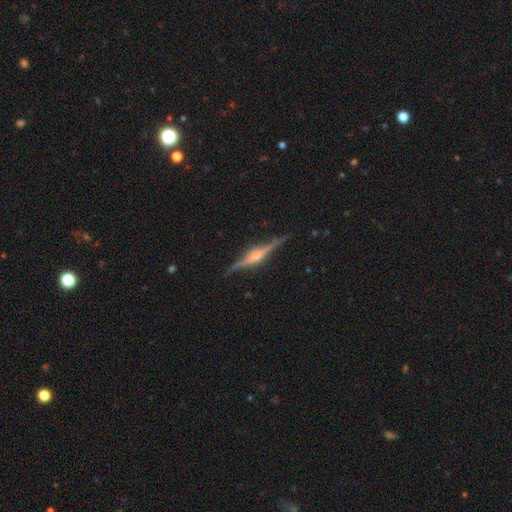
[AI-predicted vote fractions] A featured or disk galaxy (83%) viewed edge-on (98%) with a rounded central bulge (82%).

Vote fractions:
- Smooth or featured? featured or disk: 83% / smooth: 11% / star or artifact: 7%
- Edge-on disk? yes: 98% / no: 2%
- Edge-on bulge? rounded: 82% / boxy: 13% / none: 5%
- Merging? none: 86% / minor disturbance: 10% / major disturbance: 2% / merger: 1%